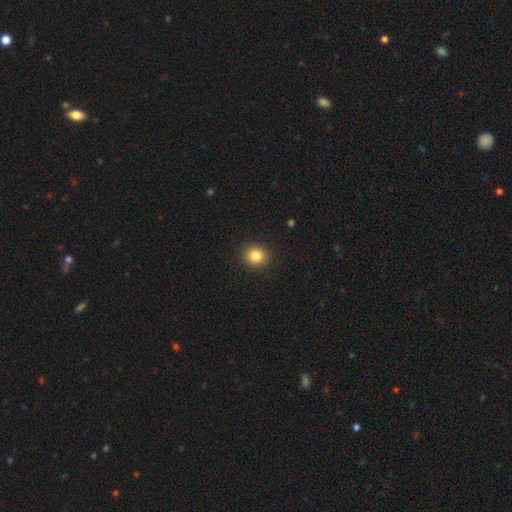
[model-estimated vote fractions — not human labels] Smooth or featured?
  - smooth: 84% *
  - star or artifact: 10%
  - featured or disk: 6%
How rounded?
  - round: 86% *
  - in between: 13%
  - cigar-shaped: 1%
Merging?
  - none: 91% *
  - minor disturbance: 6%
  - major disturbance: 2%
  - merger: 1%